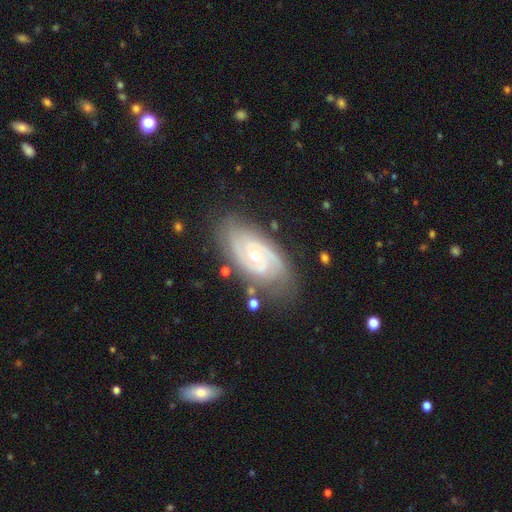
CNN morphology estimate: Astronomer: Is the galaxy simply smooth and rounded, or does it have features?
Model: featured or disk — 88%.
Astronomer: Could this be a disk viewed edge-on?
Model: no — 95%.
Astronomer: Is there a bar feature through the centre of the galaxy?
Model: no — 60%.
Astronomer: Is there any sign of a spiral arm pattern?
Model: yes — 97%.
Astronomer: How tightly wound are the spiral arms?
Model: tight — 66%.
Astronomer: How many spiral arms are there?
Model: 2 — 65%.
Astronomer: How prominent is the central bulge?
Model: moderate — 53% (runner-up: small, 44%).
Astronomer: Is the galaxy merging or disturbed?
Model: none — 75%.